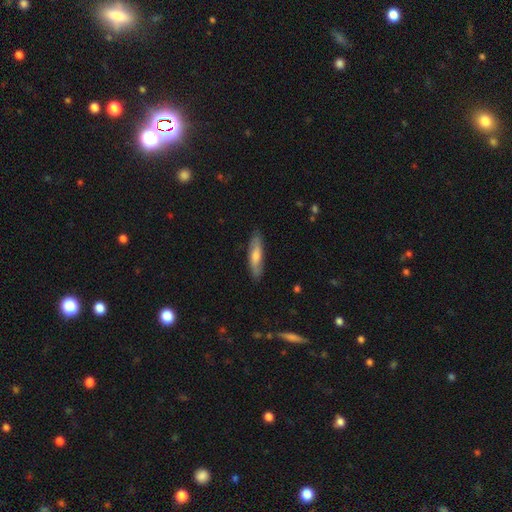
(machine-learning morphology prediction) smooth_or_featured: smooth (p=0.53) [alt: featured or disk p=0.39]
how_rounded: cigar-shaped (p=0.77) [alt: in between p=0.21]
merging: none (p=0.86) [alt: minor disturbance p=0.11]